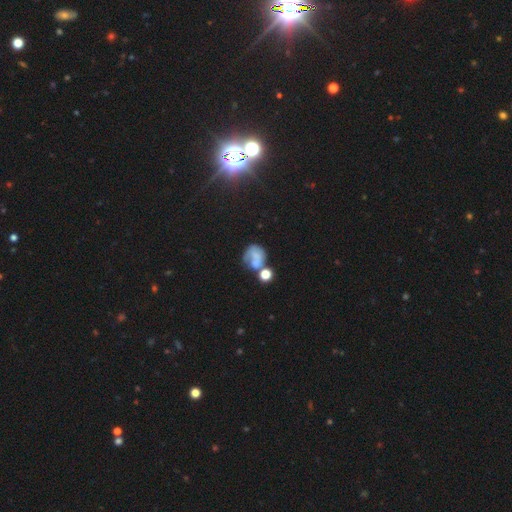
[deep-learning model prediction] The model was most divided on "merging": none: 32%, major disturbance: 24%, merger: 23%, minor disturbance: 21%. More confident: how rounded — round (60%); smooth or featured — smooth (52%).